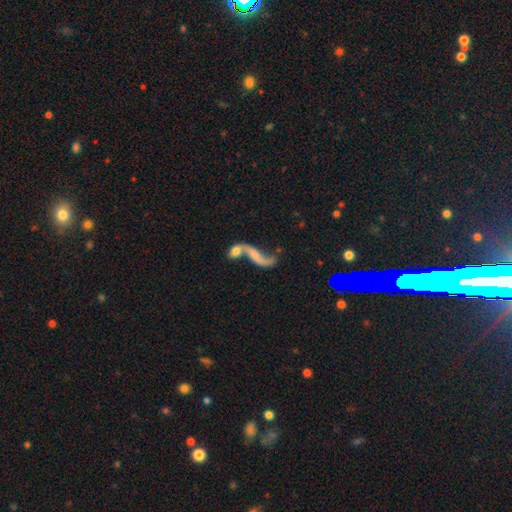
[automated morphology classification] This appears to be a featured or disk galaxy (69%) with no bar (58%), spiral arms (77%) and no central bulge (44%). Merging: merger (61%).